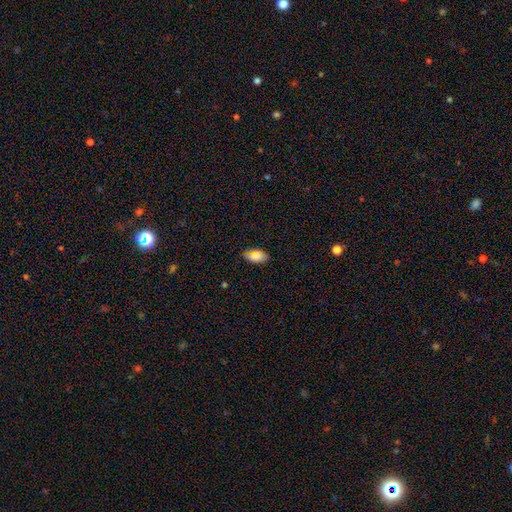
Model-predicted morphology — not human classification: smooth-or-featured: smooth: 79% | star or artifact: 13% | featured or disk: 8%
  how-rounded: in between: 90% | cigar-shaped: 7% | round: 3%
  merging: none: 84% | minor disturbance: 12% | major disturbance: 2% | merger: 1%